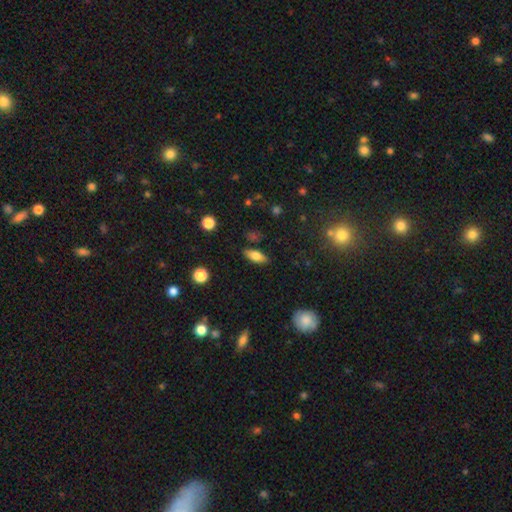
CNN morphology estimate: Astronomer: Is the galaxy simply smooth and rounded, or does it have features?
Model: smooth — 75%.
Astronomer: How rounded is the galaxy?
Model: in between — 78%.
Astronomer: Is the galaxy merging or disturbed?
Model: none — 83%.